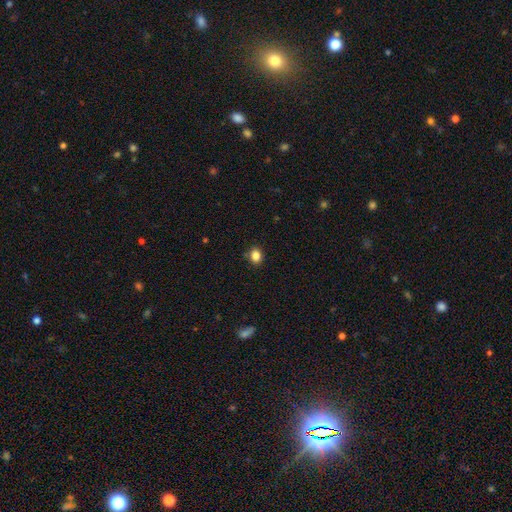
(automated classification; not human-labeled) The model was most divided on "how rounded": round: 56%, in between: 43%, cigar-shaped: 1%. More confident: merging — none (86%); smooth or featured — smooth (85%).